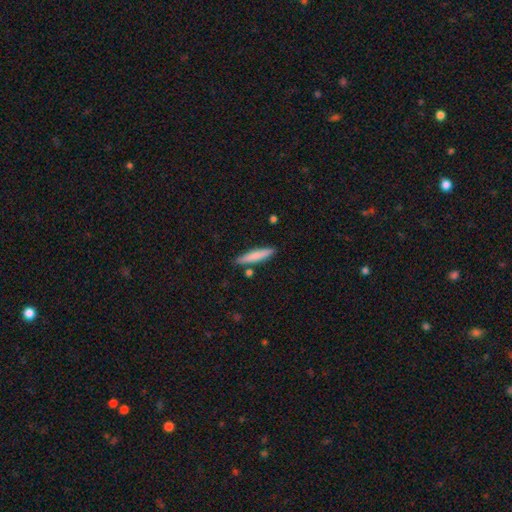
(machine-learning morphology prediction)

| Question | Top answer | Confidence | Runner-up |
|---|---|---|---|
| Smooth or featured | smooth | 77% | featured or disk (17%) |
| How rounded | cigar-shaped | 90% | in between (8%) |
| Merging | none | 83% | minor disturbance (11%) |